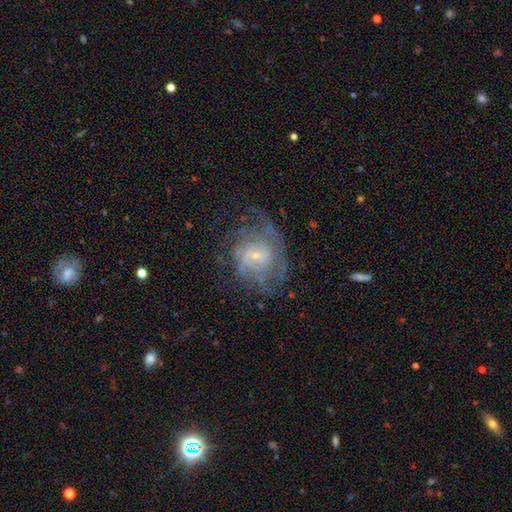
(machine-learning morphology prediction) Smooth or featured? featured or disk (76%)
Edge-on disk? no (97%)
Bar? no (57%)
Spiral arms? yes (83%)
Spiral winding? tight (47%)
Spiral arm count? can't tell (47%)
Bulge size? small (74%)
Merging? none (59%)